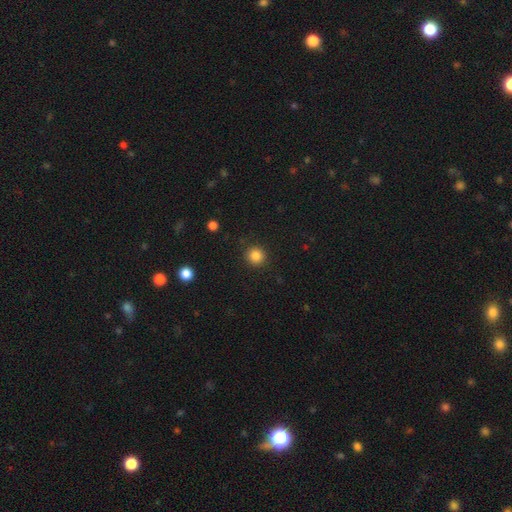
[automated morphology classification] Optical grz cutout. It shows a smooth galaxy with no disk features (84%) that is round (93%). Merging: none (91%).